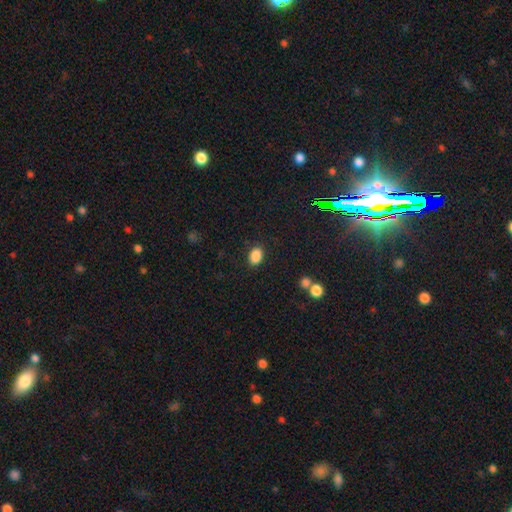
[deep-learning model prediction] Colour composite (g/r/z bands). It shows a smooth galaxy with no disk features (87%) that is in between round and cigar-shaped (81%). Merging: none (87%).